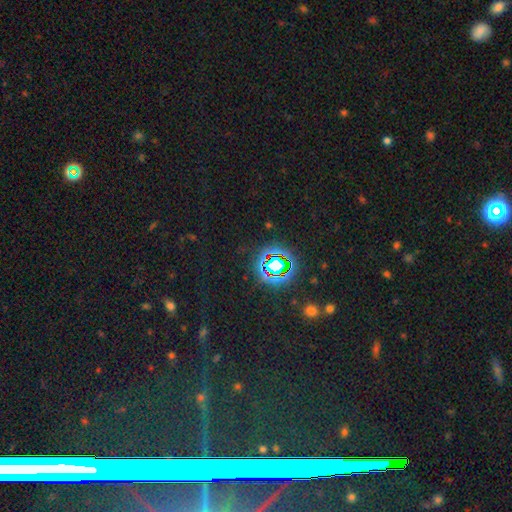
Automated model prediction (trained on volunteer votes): Smooth or featured? Predicted: star or artifact (p=0.77).